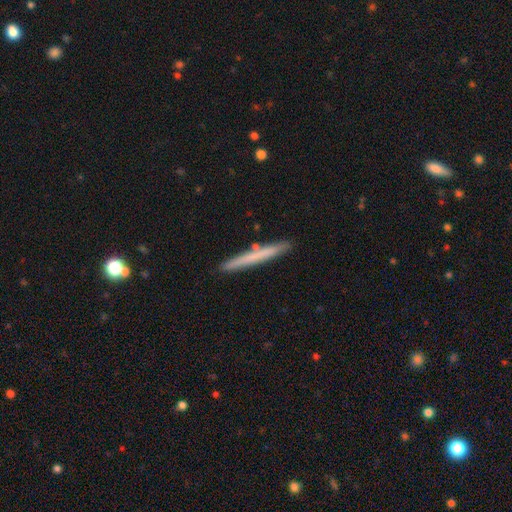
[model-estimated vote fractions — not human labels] smooth_or_featured: smooth (p=0.63) [alt: featured or disk p=0.31]
how_rounded: cigar-shaped (p=0.97) [alt: in between p=0.02]
merging: none (p=0.89) [alt: minor disturbance p=0.07]